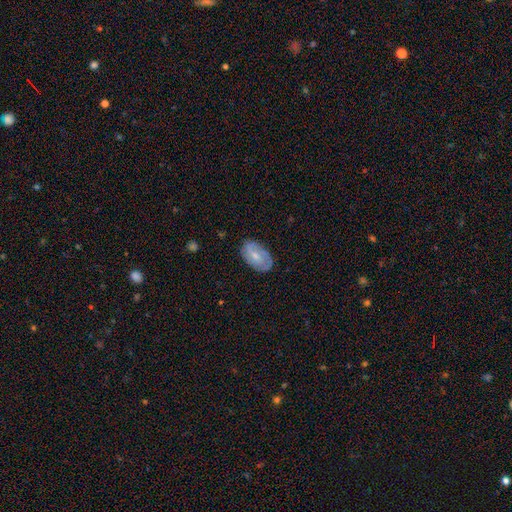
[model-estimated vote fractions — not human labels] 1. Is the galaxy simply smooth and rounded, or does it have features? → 51% featured or disk, 43% smooth, 6% star or artifact.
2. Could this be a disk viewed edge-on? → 94% no, 6% yes.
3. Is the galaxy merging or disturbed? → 77% none, 17% minor disturbance, 4% major disturbance, 1% merger.